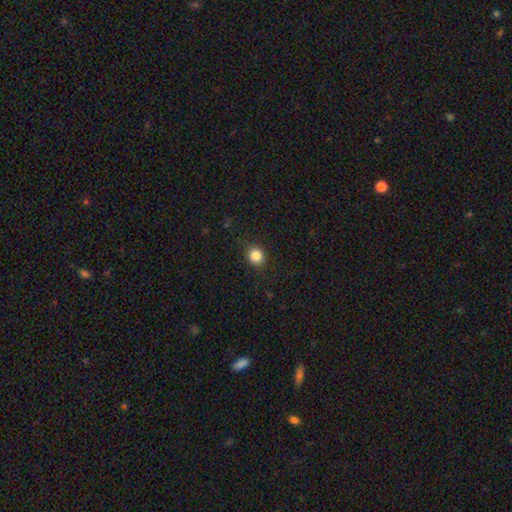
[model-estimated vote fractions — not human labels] This appears to be a smooth galaxy with no disk features (84%) that is round (82%). Merging: none (84%).